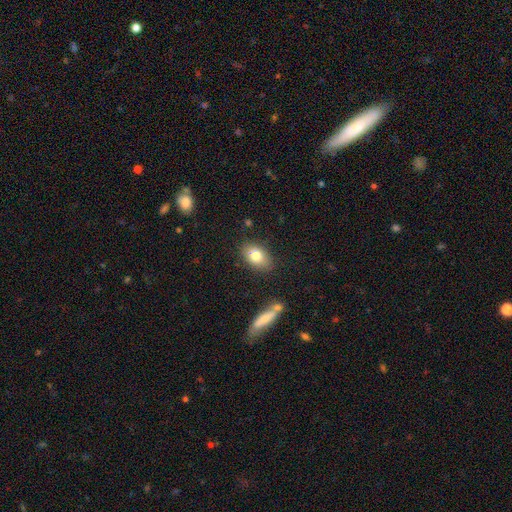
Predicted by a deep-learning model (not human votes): Smooth or featured: smooth — 78% (featured or disk — 14%)
How rounded: in between — 83% (round — 15%)
Merging: none — 80% (minor disturbance — 13%)